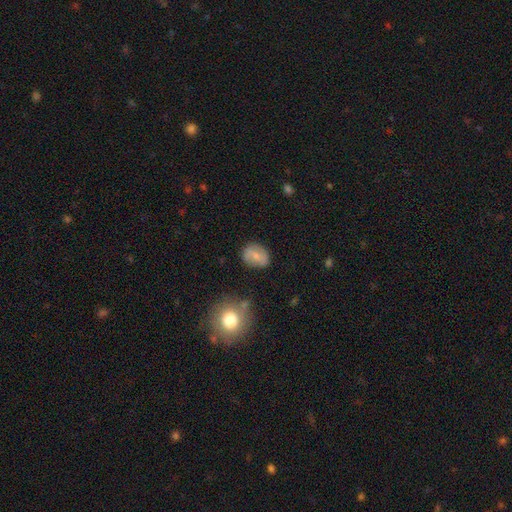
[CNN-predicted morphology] Overall: smooth (61%; featured or disk 30%). How rounded: in between (59%; round 40%). Merging: none (76%).